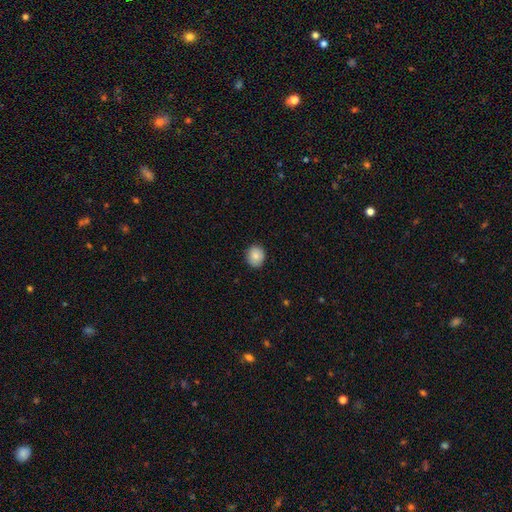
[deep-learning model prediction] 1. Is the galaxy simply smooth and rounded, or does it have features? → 84% smooth, 8% star or artifact, 8% featured or disk.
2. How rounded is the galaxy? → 76% round, 23% in between, 1% cigar-shaped.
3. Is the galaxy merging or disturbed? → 89% none, 8% minor disturbance, 2% major disturbance, 1% merger.